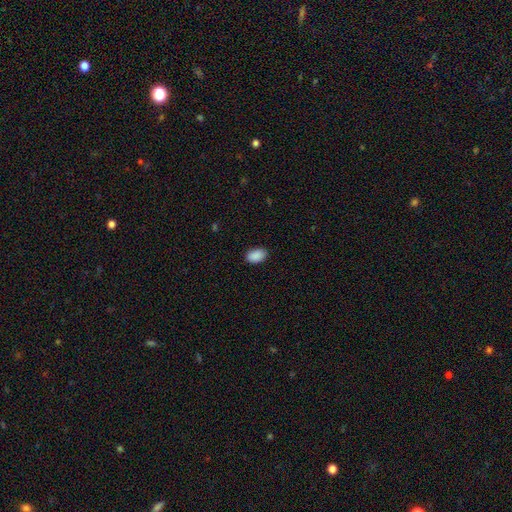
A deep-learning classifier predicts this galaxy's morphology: The model was most divided on "merging": none: 88%, minor disturbance: 9%, major disturbance: 2%, merger: 1%. More confident: smooth or featured — smooth (90%); how rounded — in between (90%).